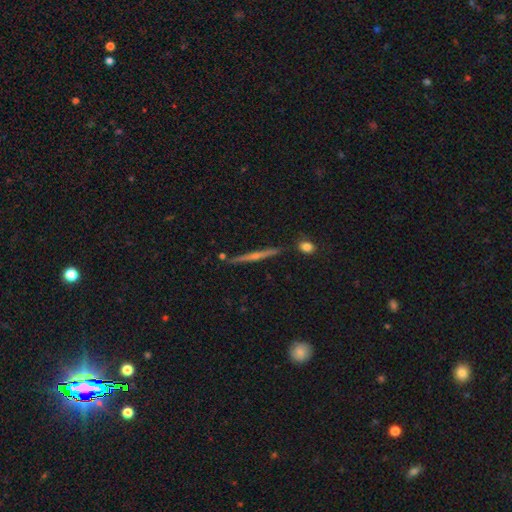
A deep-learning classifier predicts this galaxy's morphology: This appears to be a featured or disk galaxy (75%) viewed edge-on (98%) with a rounded central bulge (74%). Merging: none (88%).